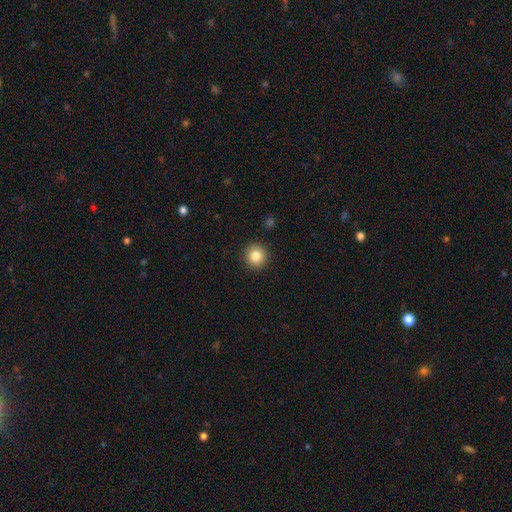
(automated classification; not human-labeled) Smooth or featured?
  - smooth: 84% *
  - star or artifact: 10%
  - featured or disk: 6%
How rounded?
  - round: 93% *
  - in between: 6%
  - cigar-shaped: 1%
Merging?
  - none: 92% *
  - minor disturbance: 6%
  - major disturbance: 2%
  - merger: 1%